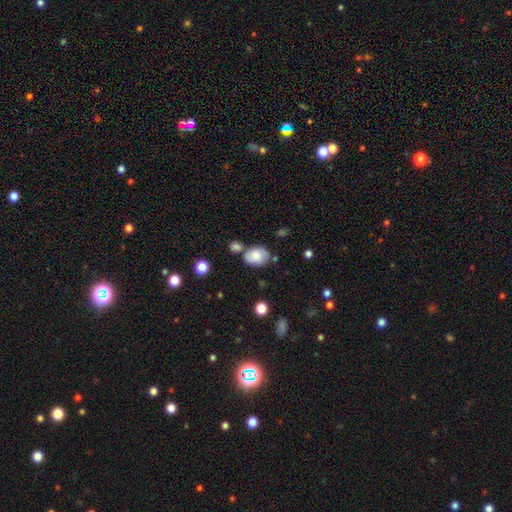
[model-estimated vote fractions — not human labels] smooth-or-featured: smooth: 74% | featured or disk: 17% | star or artifact: 9%
  how-rounded: in between: 62% | round: 37% | cigar-shaped: 1%
  merging: none: 58% | minor disturbance: 18% | merger: 18% | major disturbance: 5%